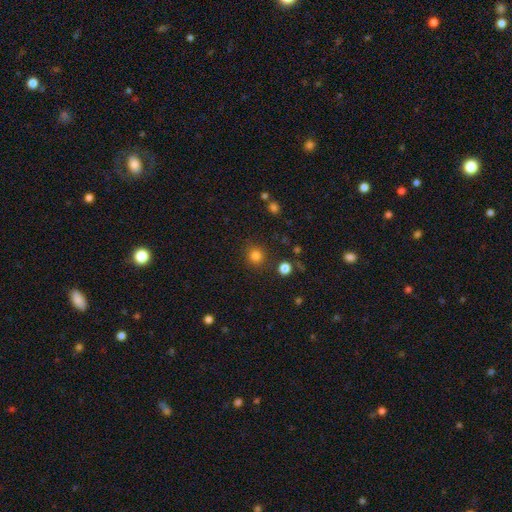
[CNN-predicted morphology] smooth 82%, star or artifact 14%, featured or disk 4%. Down the decision tree: how rounded — round (92%); merging — none (87%).